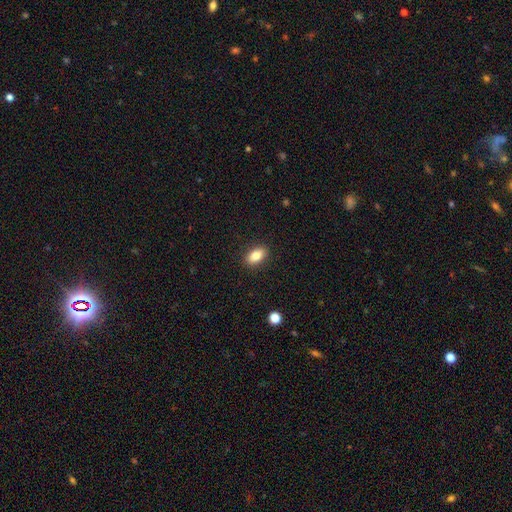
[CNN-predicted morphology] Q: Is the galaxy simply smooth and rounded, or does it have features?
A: smooth — 82%.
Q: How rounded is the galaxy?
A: in between — 88%.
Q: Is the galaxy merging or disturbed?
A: none — 90%.